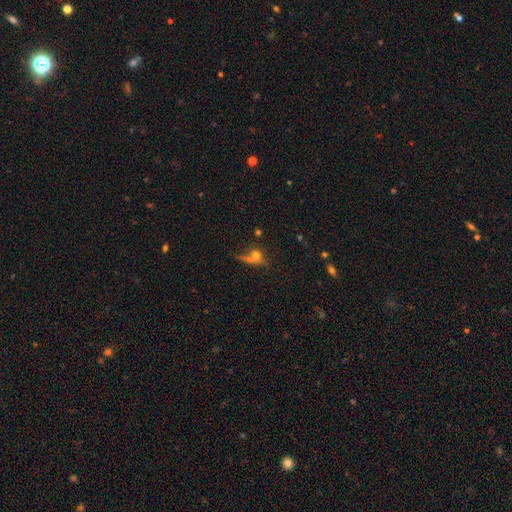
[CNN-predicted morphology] The model was most divided on "merging": none: 43%, merger: 25%, major disturbance: 18%, minor disturbance: 15%. More confident: smooth or featured — smooth (55%); how rounded — round (54%).